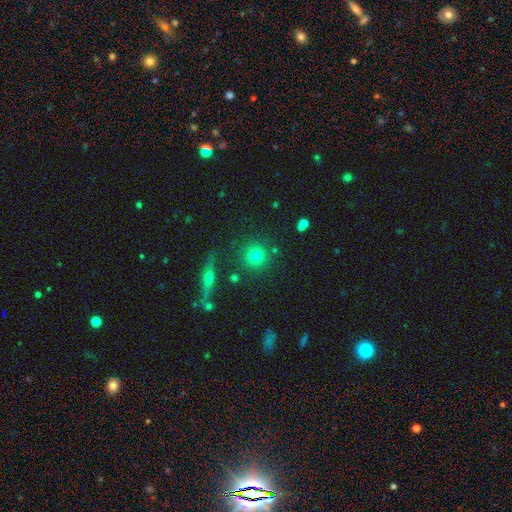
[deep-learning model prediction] Smooth or featured? smooth (74%)
How rounded? round (92%)
Merging? none (83%)